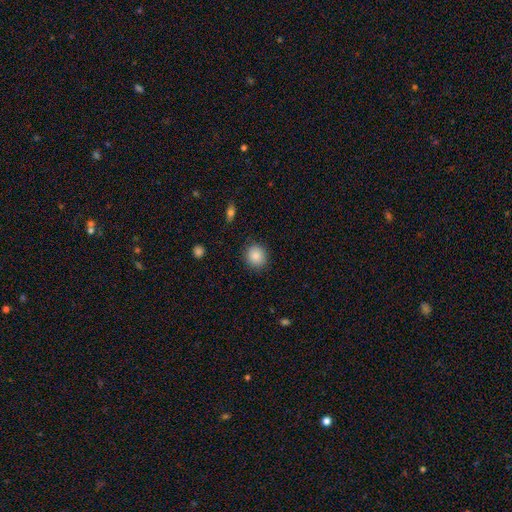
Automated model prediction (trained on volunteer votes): smooth 87%, star or artifact 8%, featured or disk 4%. Down the decision tree: how rounded — round (85%); merging — none (87%).